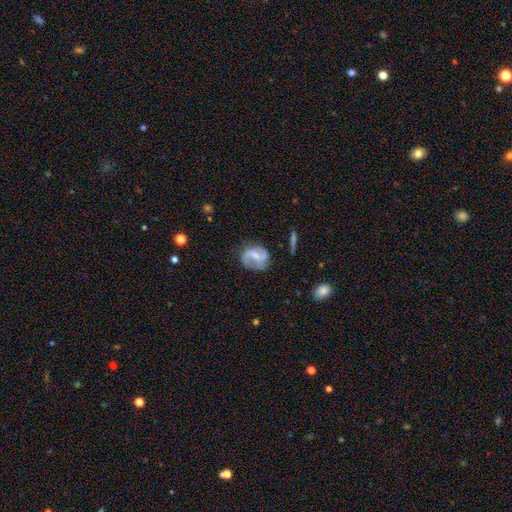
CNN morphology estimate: Q: Smooth or featured?
A: featured or disk (71%); runner-up: smooth (22%)
Q: Edge-on disk?
A: no (97%); runner-up: yes (3%)
Q: Bar?
A: weak (48%); runner-up: strong (28%)
Q: Spiral arms?
A: yes (86%); runner-up: no (14%)
Q: Spiral winding?
A: loose (48%); runner-up: medium (38%)
Q: Spiral arm count?
A: 2 (80%); runner-up: 1 (8%)
Q: Bulge size?
A: small (46%); runner-up: moderate (31%)
Q: Merging?
A: none (64%); runner-up: minor disturbance (21%)